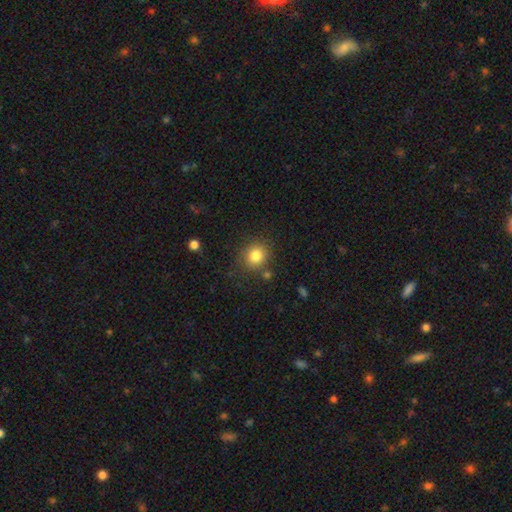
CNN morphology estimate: Q: Smooth or featured?
A: smooth (83%); runner-up: star or artifact (11%)
Q: How rounded?
A: round (81%); runner-up: in between (18%)
Q: Merging?
A: none (79%); runner-up: minor disturbance (12%)